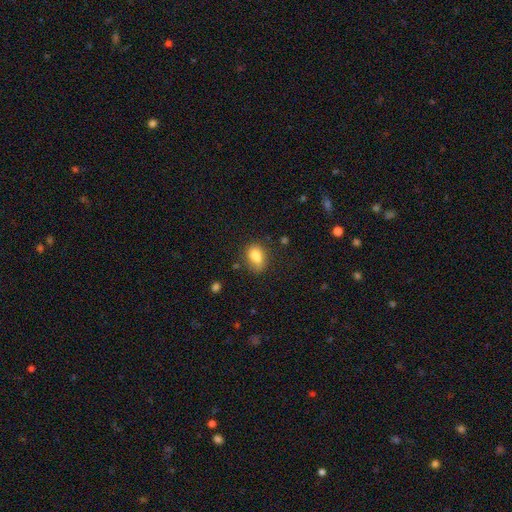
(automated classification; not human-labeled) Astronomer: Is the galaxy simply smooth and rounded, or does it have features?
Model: smooth — 81%.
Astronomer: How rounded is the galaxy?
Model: in between — 74%.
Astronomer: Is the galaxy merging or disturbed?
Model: none — 56%.